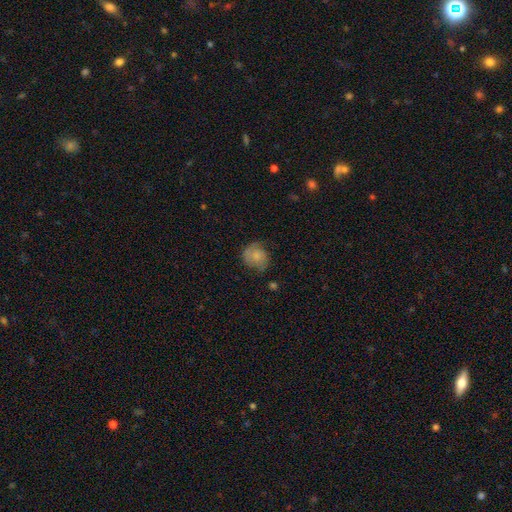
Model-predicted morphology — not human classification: Smooth or featured?
  - featured or disk: 48% *
  - smooth: 44%
  - star or artifact: 9%
Merging?
  - none: 60% *
  - minor disturbance: 26%
  - major disturbance: 13%
  - merger: 2%